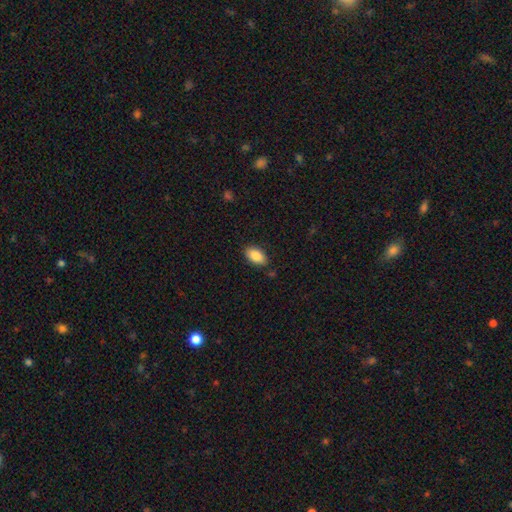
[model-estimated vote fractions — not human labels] This appears to be a smooth galaxy with no disk features (87%) that is in between round and cigar-shaped (93%). Merging: none (84%).